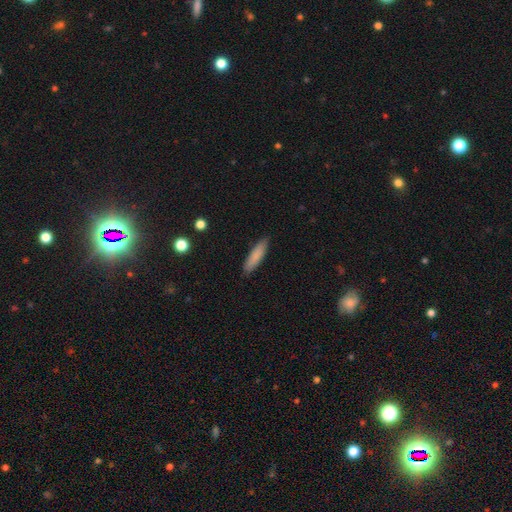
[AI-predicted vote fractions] Morphology: type=smooth (83%); roundness=cigar-shaped (74%); merging=none (87%).